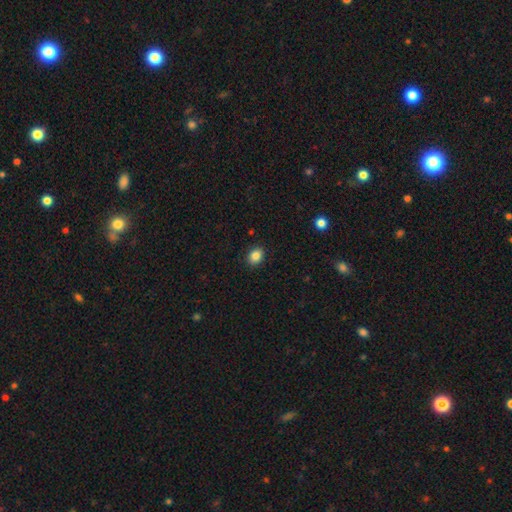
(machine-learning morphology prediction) The model was most divided on "how rounded": in between: 53%, round: 46%, cigar-shaped: 1%. More confident: merging — none (89%); smooth or featured — smooth (86%).